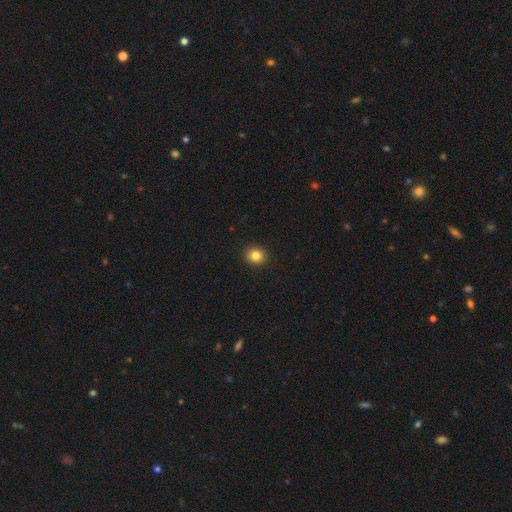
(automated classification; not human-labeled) Smooth or featured? Predicted: smooth (p=0.84). How rounded? Predicted: round (p=0.79). Merging? Predicted: none (p=0.92).